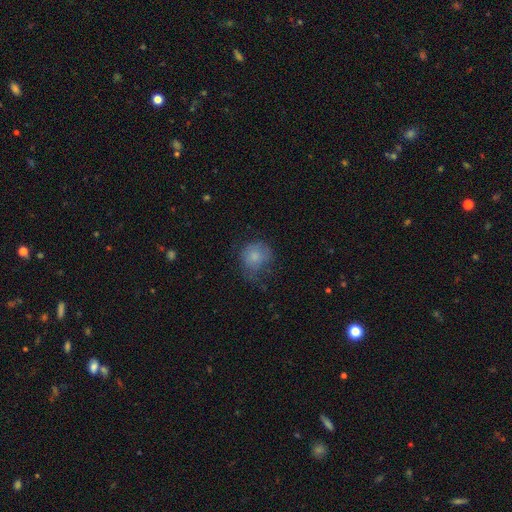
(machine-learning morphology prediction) This appears to be a smooth galaxy with no disk features (75%) that is round (73%). Merging: none (39%).